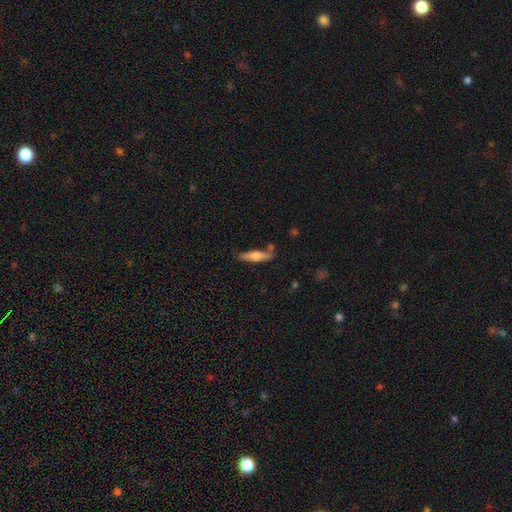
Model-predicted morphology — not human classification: A smooth galaxy with no disk features (60%) that is cigar-shaped (78%). Merging: none (74%).